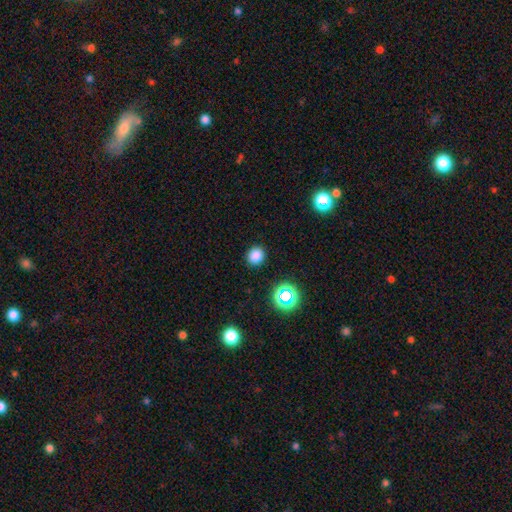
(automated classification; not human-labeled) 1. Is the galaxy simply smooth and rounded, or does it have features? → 80% smooth, 16% star or artifact, 4% featured or disk.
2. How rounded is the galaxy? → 81% round, 18% in between, 1% cigar-shaped.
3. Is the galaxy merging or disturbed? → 89% none, 7% minor disturbance, 2% major disturbance, 1% merger.